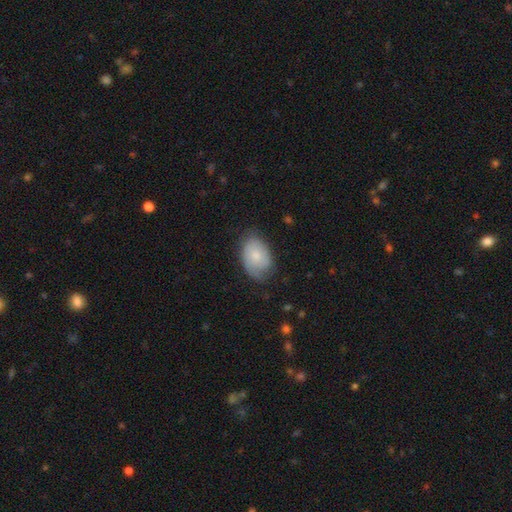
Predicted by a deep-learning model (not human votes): smooth 62%, featured or disk 32%, star or artifact 7%. Down the decision tree: how rounded — in between (83%); merging — none (65%).